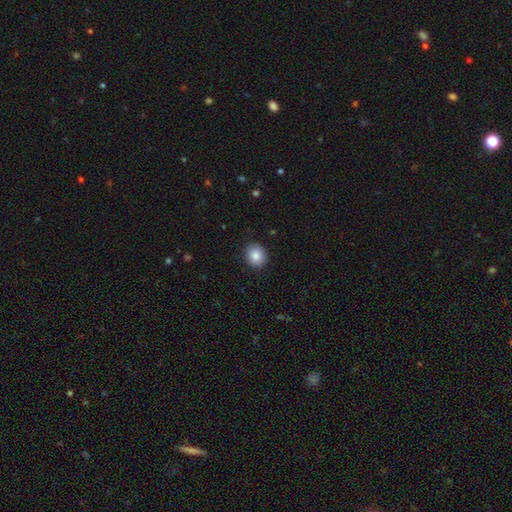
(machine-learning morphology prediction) A smooth galaxy with no disk features (86%) that is round (75%). Merging: none (89%).